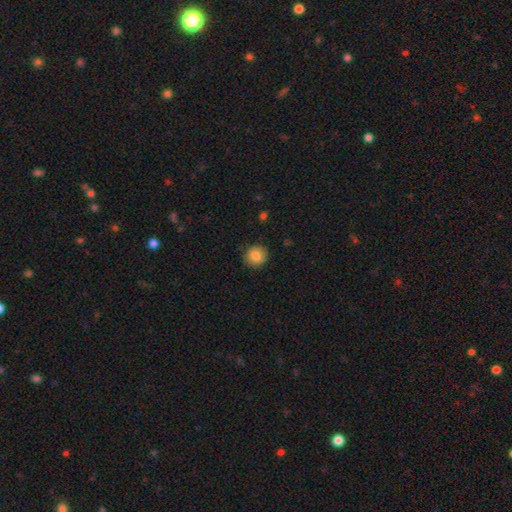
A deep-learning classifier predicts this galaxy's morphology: A smooth galaxy with no disk features (85%) that is round (91%). Merging: none (89%).